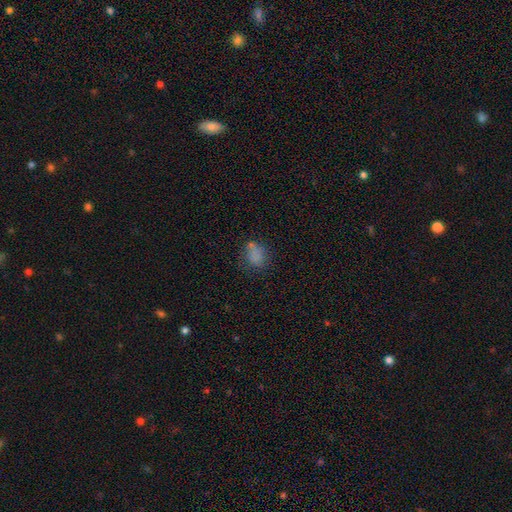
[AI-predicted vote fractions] The model was most divided on "how rounded": in between: 61%, round: 38%, cigar-shaped: 2%. More confident: smooth or featured — smooth (76%); merging — none (55%).